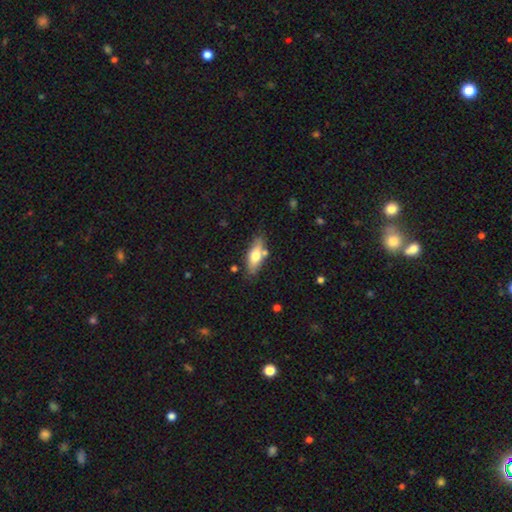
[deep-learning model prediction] This appears to be a smooth galaxy with no disk features (64%) that is in between round and cigar-shaped (65%). Merging: none (74%).